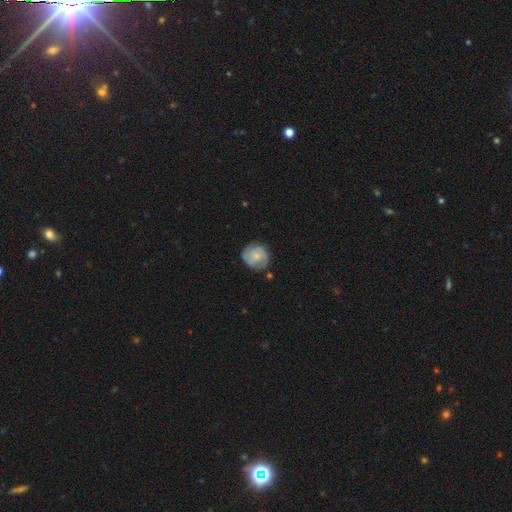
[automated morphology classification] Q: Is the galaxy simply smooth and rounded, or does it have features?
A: featured or disk — 65%.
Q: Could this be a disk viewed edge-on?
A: no — 98%.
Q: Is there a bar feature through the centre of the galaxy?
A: no — 74%.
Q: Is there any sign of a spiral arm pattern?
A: yes — 90%.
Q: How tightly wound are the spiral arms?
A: tight — 56%.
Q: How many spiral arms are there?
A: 2 — 45%.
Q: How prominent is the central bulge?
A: small — 64%.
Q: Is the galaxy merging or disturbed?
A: none — 76%.